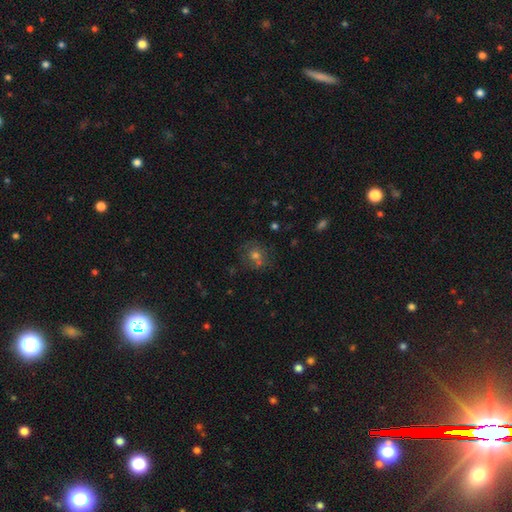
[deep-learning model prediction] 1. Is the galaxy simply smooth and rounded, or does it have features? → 56% smooth, 23% star or artifact, 21% featured or disk.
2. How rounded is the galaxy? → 81% round, 18% in between, 1% cigar-shaped.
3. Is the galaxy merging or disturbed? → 62% none, 18% merger, 14% minor disturbance, 6% major disturbance.